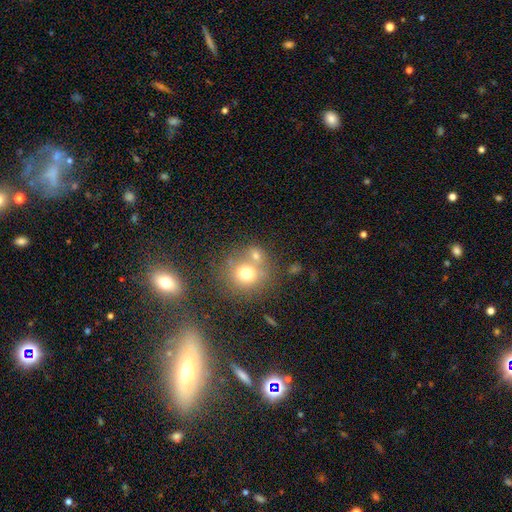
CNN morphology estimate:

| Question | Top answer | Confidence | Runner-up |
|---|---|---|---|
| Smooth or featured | smooth | 69% | featured or disk (16%) |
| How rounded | round | 81% | in between (17%) |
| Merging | none | 48% | merger (38%) |